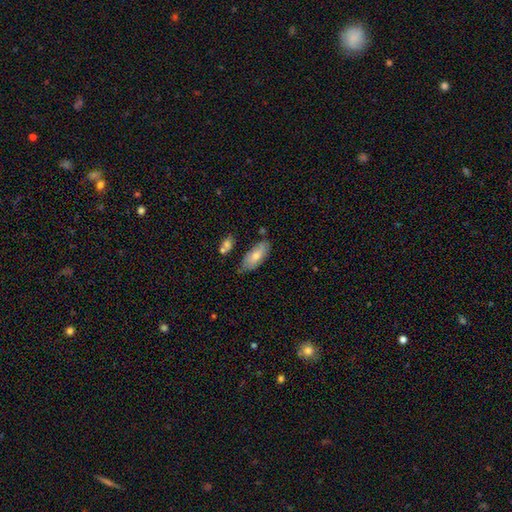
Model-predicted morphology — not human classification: The model was most divided on "smooth or featured": smooth: 65%, featured or disk: 28%, star or artifact: 7%. More confident: how rounded — in between (81%); merging — none (73%).